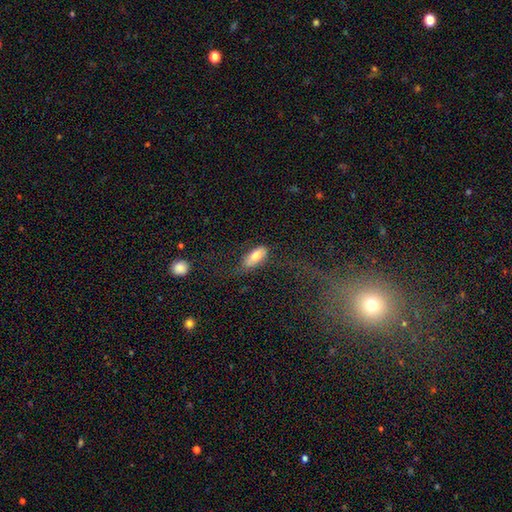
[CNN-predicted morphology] Smooth or featured?
  - smooth: 75% *
  - featured or disk: 18%
  - star or artifact: 7%
How rounded?
  - in between: 83% *
  - cigar-shaped: 14%
  - round: 3%
Merging?
  - none: 58% *
  - minor disturbance: 24%
  - major disturbance: 15%
  - merger: 3%